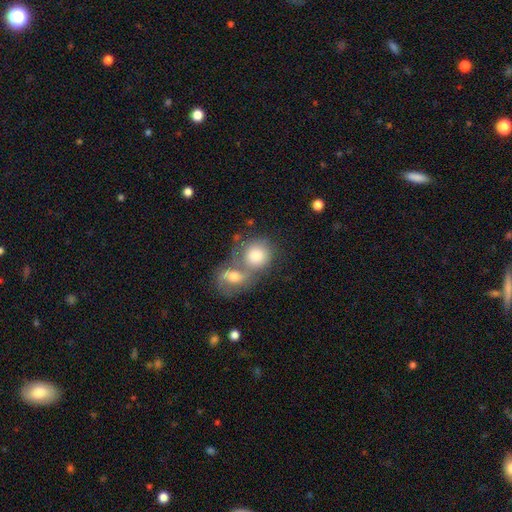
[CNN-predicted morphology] type=smooth (68%); roundness=round (76%); merging=merger (64%).